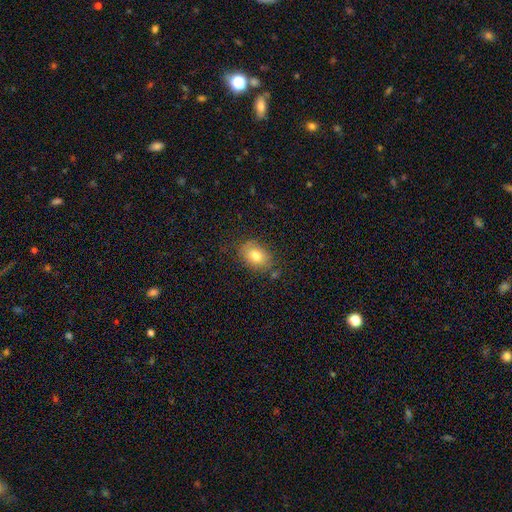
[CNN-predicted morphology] Overall: smooth (78%). How rounded: in between (79%). Merging: none (77%).